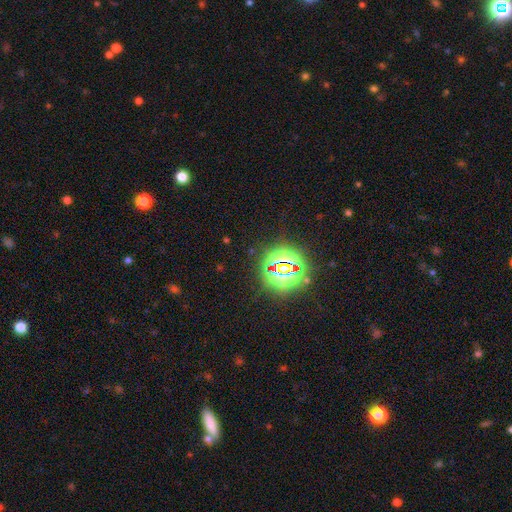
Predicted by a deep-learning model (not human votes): Smooth or featured? star or artifact (83%)